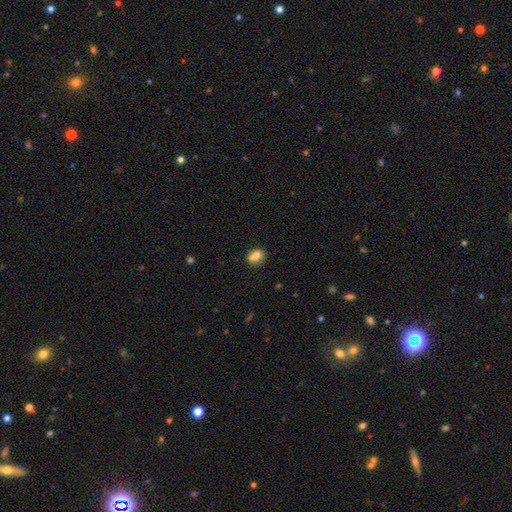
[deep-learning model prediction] Overall: smooth (78%). How rounded: in between (50%; round 49%). Merging: none (65%).